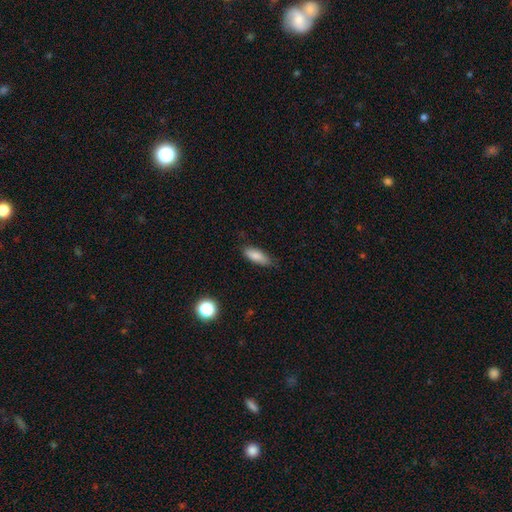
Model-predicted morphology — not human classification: smooth_or_featured: smooth (p=0.83) [alt: featured or disk p=0.10]
how_rounded: in between (p=0.67) [alt: cigar-shaped p=0.30]
merging: none (p=0.76) [alt: minor disturbance p=0.19]